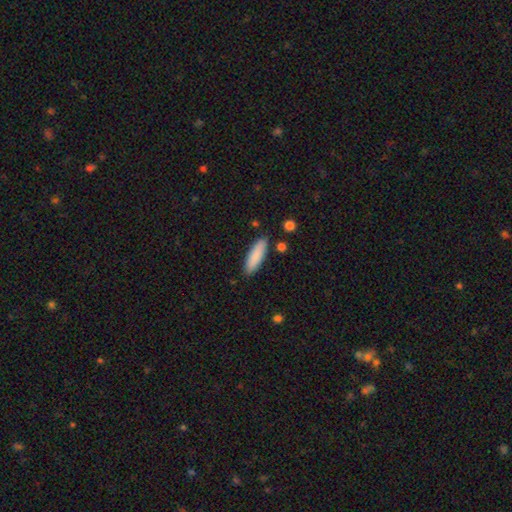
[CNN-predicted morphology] Smooth or featured? Predicted: smooth (p=0.87). How rounded? Predicted: cigar-shaped (p=0.56). Merging? Predicted: none (p=0.87).